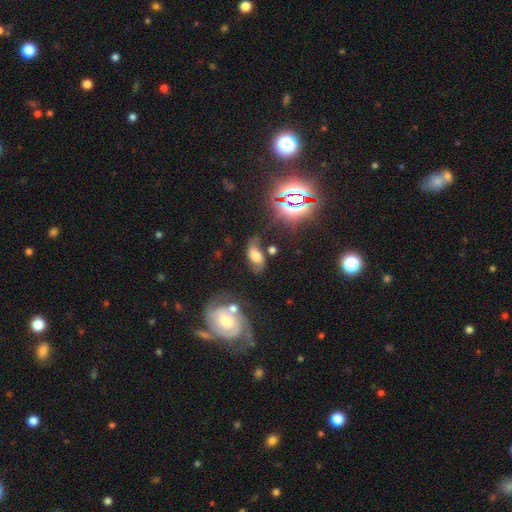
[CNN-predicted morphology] featured or disk 42%, smooth 38%, star or artifact 20%. Down the decision tree: merging — none (47%).